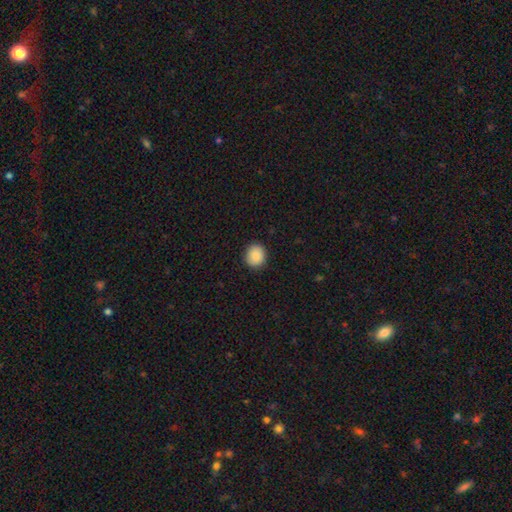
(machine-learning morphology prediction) smooth_or_featured: smooth (p=0.88) [alt: star or artifact p=0.08]
how_rounded: round (p=0.77) [alt: in between p=0.22]
merging: none (p=0.90) [alt: minor disturbance p=0.07]